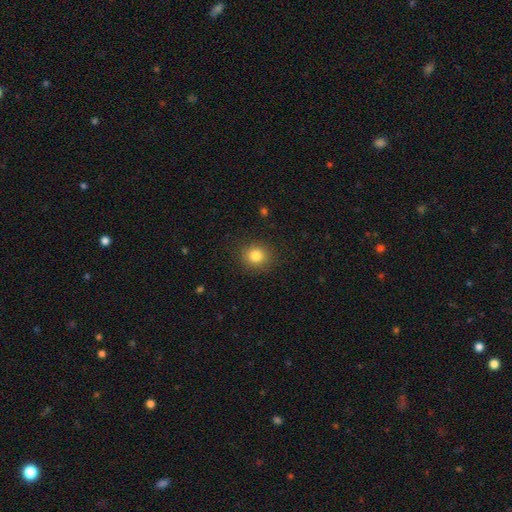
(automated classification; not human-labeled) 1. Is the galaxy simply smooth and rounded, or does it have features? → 83% smooth, 11% star or artifact, 6% featured or disk.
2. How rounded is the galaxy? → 82% round, 18% in between, 1% cigar-shaped.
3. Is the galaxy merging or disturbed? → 88% none, 8% minor disturbance, 3% major disturbance, 1% merger.